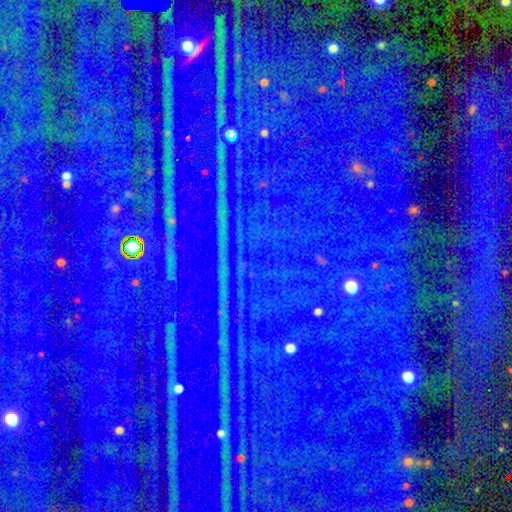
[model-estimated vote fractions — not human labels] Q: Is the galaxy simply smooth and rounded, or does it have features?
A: star or artifact — 86%.